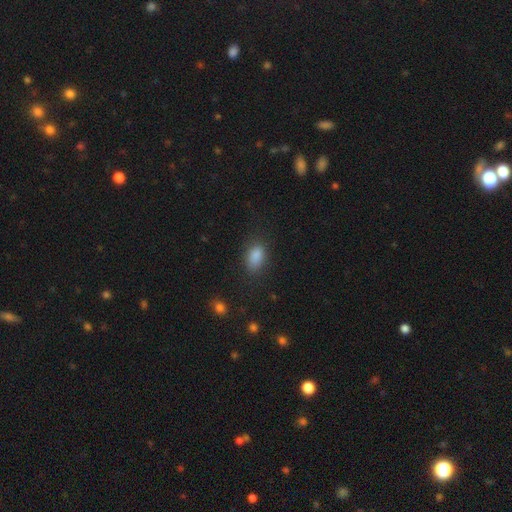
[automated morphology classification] This is clearly a smooth galaxy (85%). How rounded: clearly in between (87%). Merging: likely none (80%).